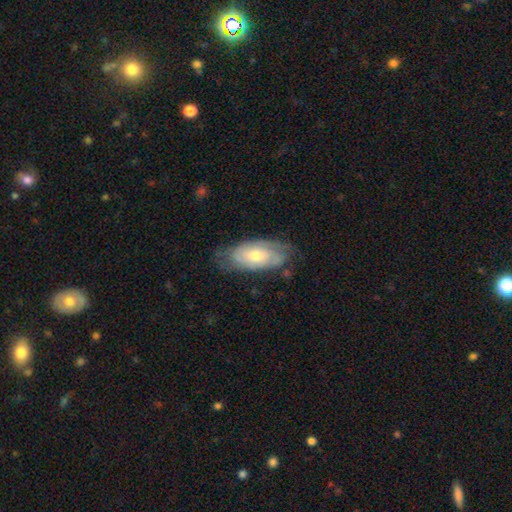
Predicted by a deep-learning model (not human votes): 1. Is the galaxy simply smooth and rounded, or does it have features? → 57% featured or disk, 37% smooth, 6% star or artifact.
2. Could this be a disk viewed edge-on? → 89% no, 11% yes.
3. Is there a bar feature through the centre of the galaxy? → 70% no, 25% weak, 5% strong.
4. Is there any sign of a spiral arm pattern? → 77% yes, 23% no.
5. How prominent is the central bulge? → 59% moderate, 34% small, 5% large, 1% none, 1% dominant.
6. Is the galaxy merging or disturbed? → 66% none, 25% minor disturbance, 7% major disturbance, 1% merger.